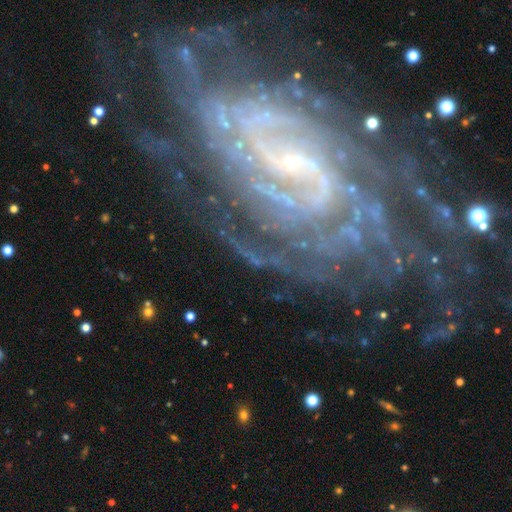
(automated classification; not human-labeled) smooth_or_featured: featured or disk (p=0.89) [alt: star or artifact p=0.07]
disk_edge_on: no (p=0.97) [alt: yes p=0.03]
bar: weak (p=0.42) [alt: no p=0.31]
has_spiral_arms: yes (p=0.97) [alt: no p=0.03]
spiral_winding: tight (p=0.58) [alt: medium p=0.33]
spiral_arm_count: can't tell (p=0.27) [alt: 2 p=0.23]
bulge_size: small (p=0.78) [alt: none p=0.10]
merging: none (p=0.64) [alt: minor disturbance p=0.18]